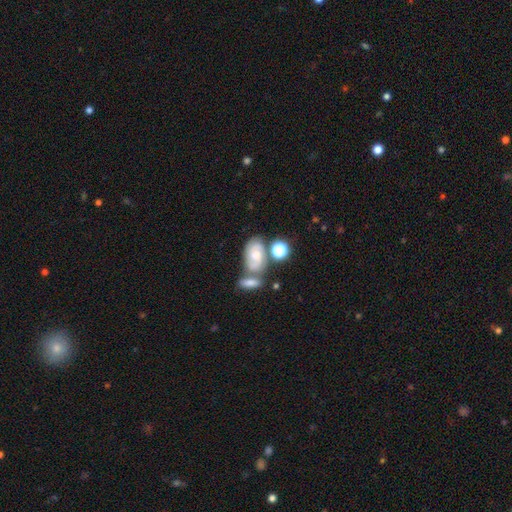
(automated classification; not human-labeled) smooth-or-featured: featured or disk: 47% | smooth: 42% | star or artifact: 11%
  merging: none: 43% | merger: 34% | minor disturbance: 16% | major disturbance: 7%